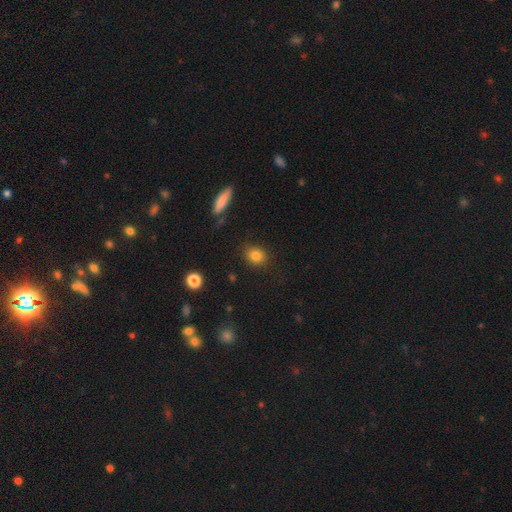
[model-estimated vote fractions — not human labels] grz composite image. It shows a smooth galaxy with no disk features (84%) that is round (57%). Merging: none (84%).